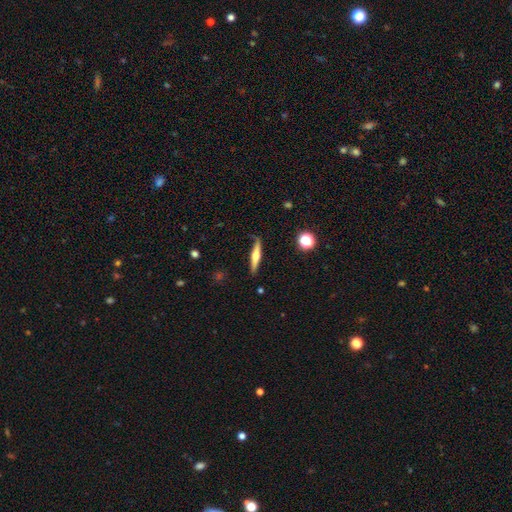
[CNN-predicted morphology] smooth_or_featured: featured or disk (p=0.55) [alt: smooth p=0.39]
disk_edge_on: yes (p=0.93) [alt: no p=0.07]
edge_on_bulge: rounded (p=0.87) [alt: none p=0.07]
merging: none (p=0.74) [alt: minor disturbance p=0.19]